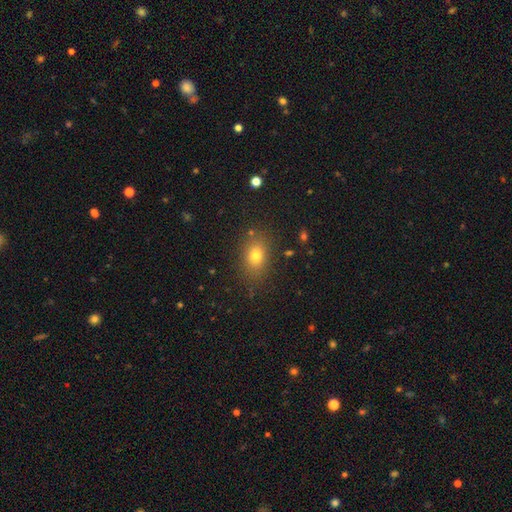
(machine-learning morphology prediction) This is likely a smooth galaxy (76%). How rounded: likely in between (71%). Merging: clearly none (83%).